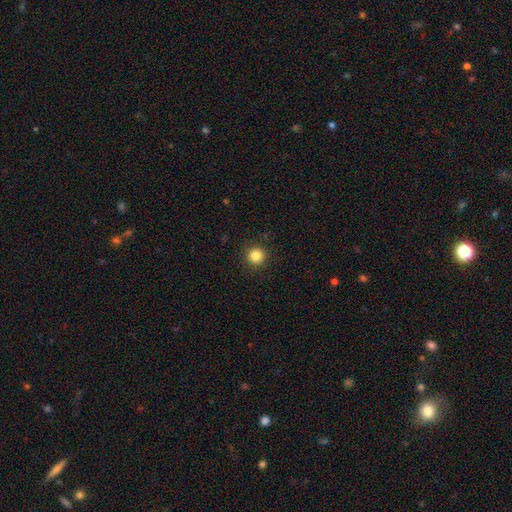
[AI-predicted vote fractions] A smooth galaxy with no disk features (84%) that is round (95%).

Vote fractions:
- Smooth or featured? smooth: 84% / star or artifact: 12% / featured or disk: 4%
- How rounded? round: 95% / in between: 4% / cigar-shaped: 1%
- Merging? none: 92% / minor disturbance: 5% / major disturbance: 2% / merger: 1%